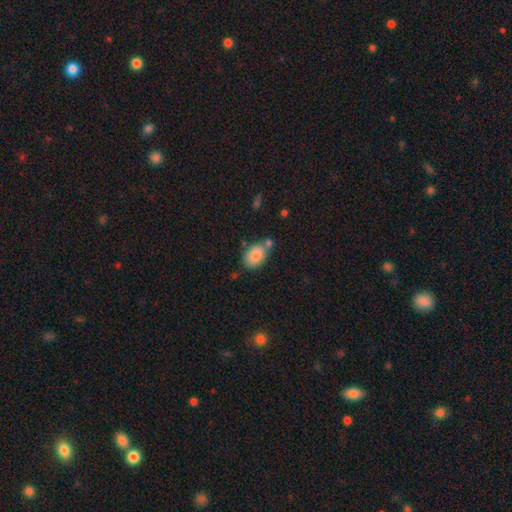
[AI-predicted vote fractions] A smooth galaxy with no disk features (86%) that is in between round and cigar-shaped (88%). Merging: none (62%).